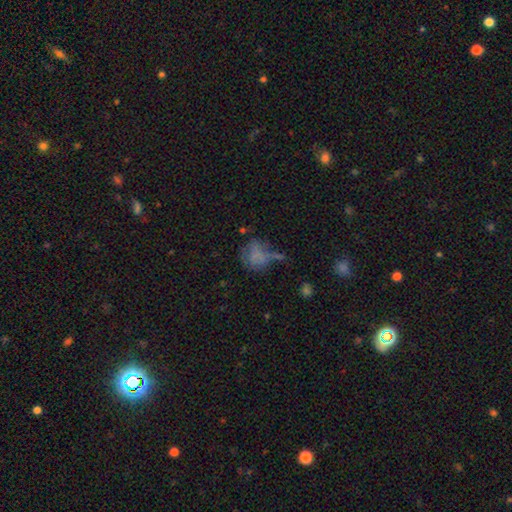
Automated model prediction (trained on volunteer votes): smooth-or-featured: smooth: 62% | featured or disk: 23% | star or artifact: 15%
  how-rounded: round: 57% | in between: 41% | cigar-shaped: 2%
  merging: none: 35% | major disturbance: 28% | minor disturbance: 25% | merger: 12%